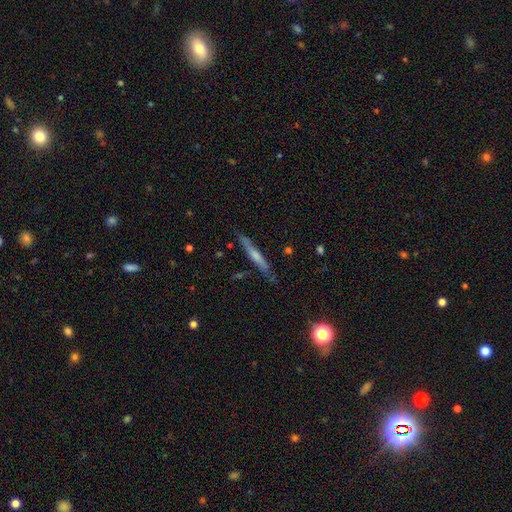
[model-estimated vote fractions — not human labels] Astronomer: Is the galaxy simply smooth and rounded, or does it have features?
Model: featured or disk — 50% (runner-up: smooth, 44%).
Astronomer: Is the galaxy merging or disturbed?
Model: none — 82%.